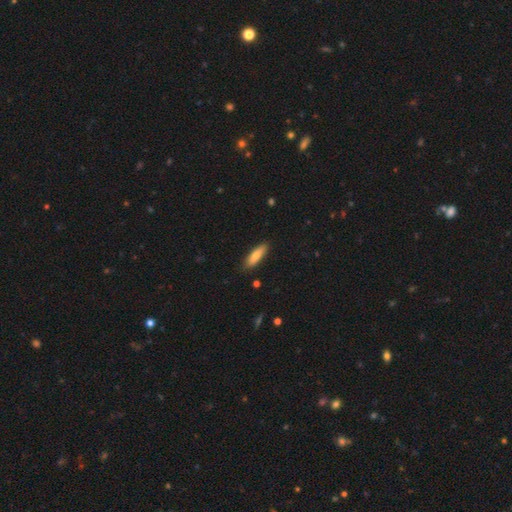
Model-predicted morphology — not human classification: Smooth or featured: smooth — 77% (featured or disk — 17%)
How rounded: cigar-shaped — 58% (in between — 40%)
Merging: none — 85% (minor disturbance — 12%)